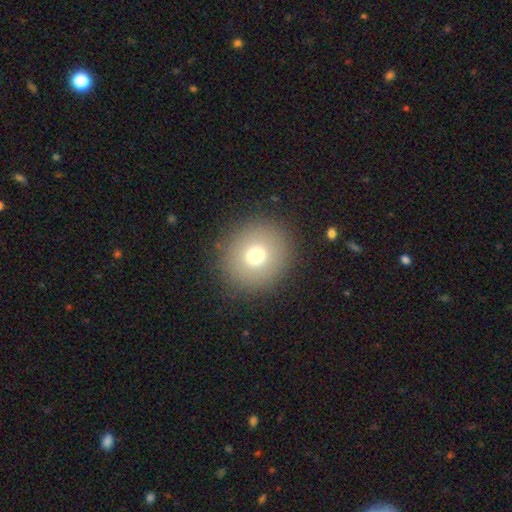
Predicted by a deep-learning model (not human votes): A smooth galaxy with no disk features (72%) that is round (91%). Merging: none (90%).